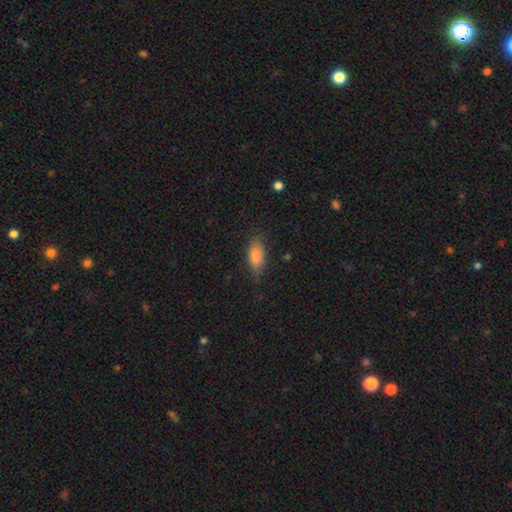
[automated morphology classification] smooth_or_featured: smooth (p=0.82) [alt: featured or disk p=0.10]
how_rounded: in between (p=0.84) [alt: cigar-shaped p=0.12]
merging: none (p=0.77) [alt: minor disturbance p=0.18]